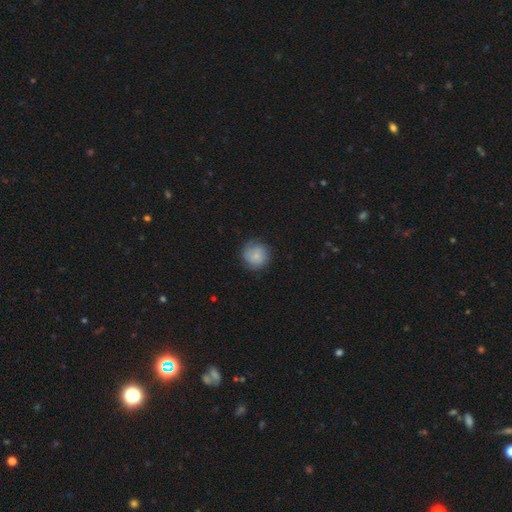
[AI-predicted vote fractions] smooth 72%, featured or disk 20%, star or artifact 8%. Down the decision tree: how rounded — round (92%); merging — none (75%).